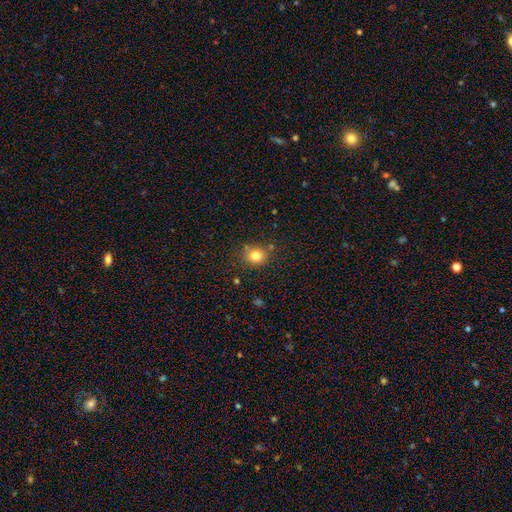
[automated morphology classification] smooth-or-featured: smooth: 80% | star or artifact: 13% | featured or disk: 7%
  how-rounded: round: 75% | in between: 24% | cigar-shaped: 1%
  merging: none: 79% | minor disturbance: 13% | merger: 5% | major disturbance: 4%